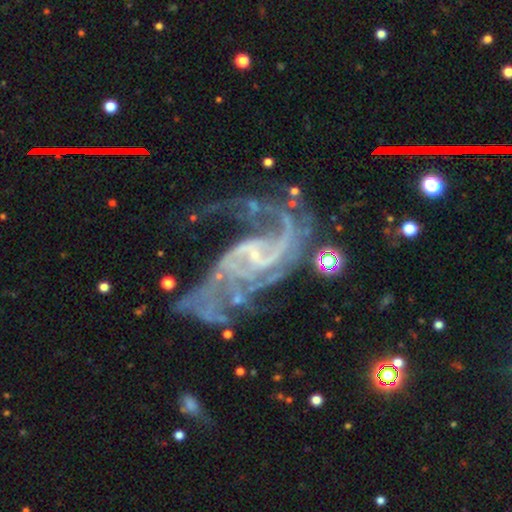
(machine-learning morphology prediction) smooth_or_featured: featured or disk (p=0.89) [alt: star or artifact p=0.07]
disk_edge_on: no (p=0.97) [alt: yes p=0.03]
bar: weak (p=0.44) [alt: no p=0.34]
has_spiral_arms: yes (p=0.96) [alt: no p=0.04]
spiral_winding: medium (p=0.46) [alt: loose p=0.36]
spiral_arm_count: 2 (p=0.56) [alt: 3 p=0.13]
bulge_size: small (p=0.64) [alt: none p=0.24]
merging: none (p=0.36) [tied with: major disturbance p=0.36]